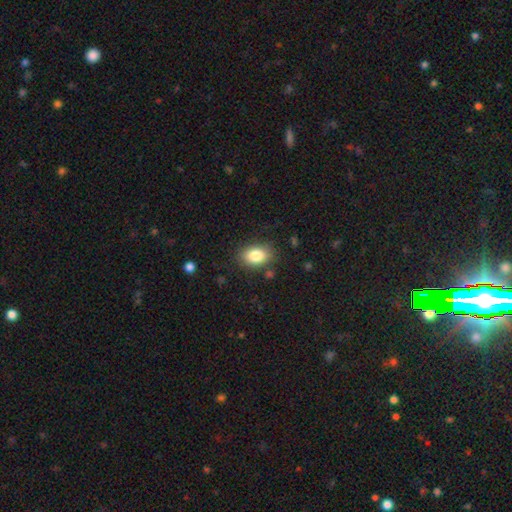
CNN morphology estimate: A smooth galaxy with no disk features (84%) that is in between round and cigar-shaped (82%).

Vote fractions:
- Smooth or featured? smooth: 84% / star or artifact: 8% / featured or disk: 8%
- How rounded? in between: 82% / round: 16% / cigar-shaped: 1%
- Merging? none: 83% / minor disturbance: 11% / major disturbance: 3% / merger: 2%